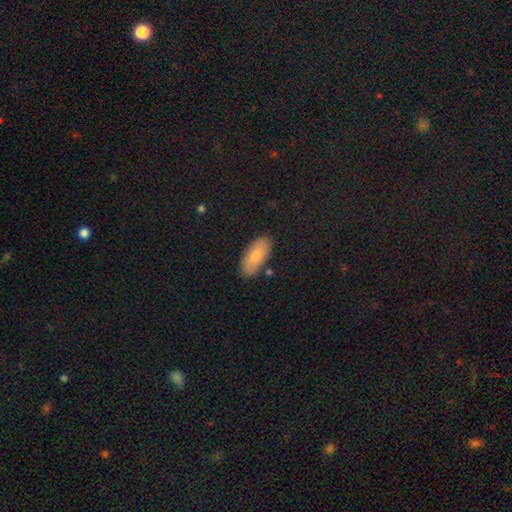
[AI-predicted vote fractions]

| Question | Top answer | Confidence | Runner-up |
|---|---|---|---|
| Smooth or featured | smooth | 77% | featured or disk (17%) |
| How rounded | in between | 90% | cigar-shaped (7%) |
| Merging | none | 80% | minor disturbance (14%) |